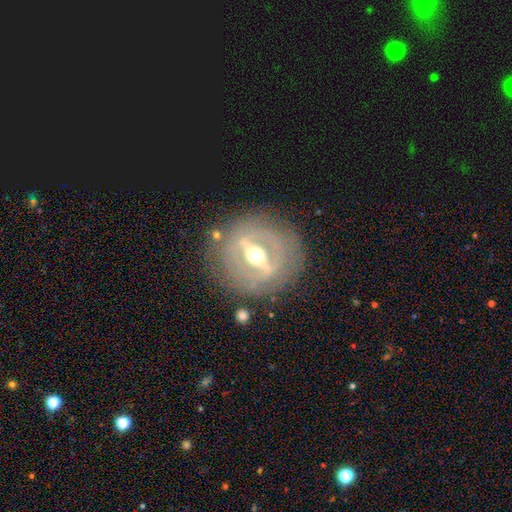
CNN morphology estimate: type=featured or disk (84%); edge-on=no (75%); bar=strong (80%); spiral arms=no (62%); bulge=moderate (75%); merging=none (82%).